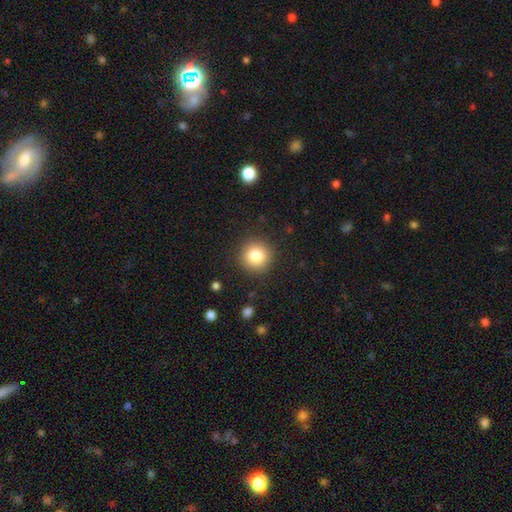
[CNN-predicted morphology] A smooth galaxy with no disk features (81%) that is round (94%). Merging: none (90%).